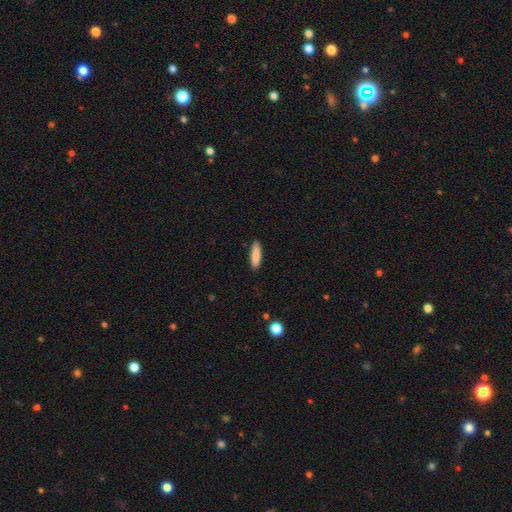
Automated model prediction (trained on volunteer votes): Smooth or featured? smooth (86%)
How rounded? cigar-shaped (62%)
Merging? none (88%)